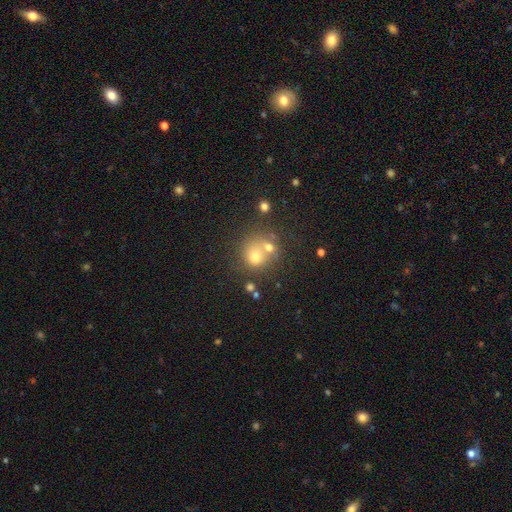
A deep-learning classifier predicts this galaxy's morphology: A smooth galaxy with no disk features (64%) that is round (83%).

Vote fractions:
- Smooth or featured? smooth: 64% / star or artifact: 18% / featured or disk: 18%
- How rounded? round: 83% / in between: 16% / cigar-shaped: 1%
- Merging? none: 45% / merger: 40% / minor disturbance: 10% / major disturbance: 5%